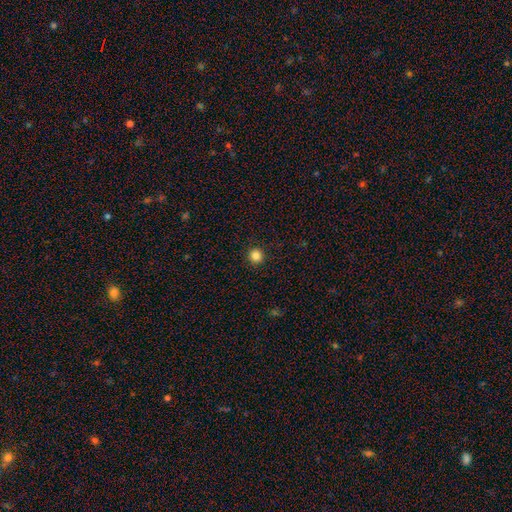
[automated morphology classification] Q: Smooth or featured?
A: smooth (84%); runner-up: star or artifact (12%)
Q: How rounded?
A: round (93%); runner-up: in between (6%)
Q: Merging?
A: none (93%); runner-up: minor disturbance (5%)